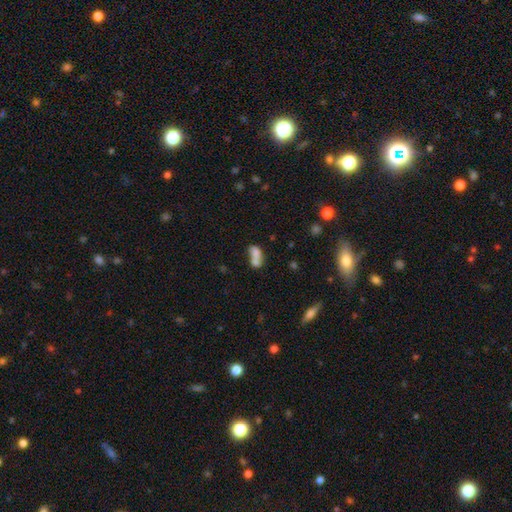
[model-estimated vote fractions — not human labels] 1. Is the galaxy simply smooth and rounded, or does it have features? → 70% smooth, 19% featured or disk, 11% star or artifact.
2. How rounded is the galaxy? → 80% in between, 13% round, 7% cigar-shaped.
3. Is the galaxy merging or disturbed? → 59% merger, 22% none, 11% minor disturbance, 8% major disturbance.